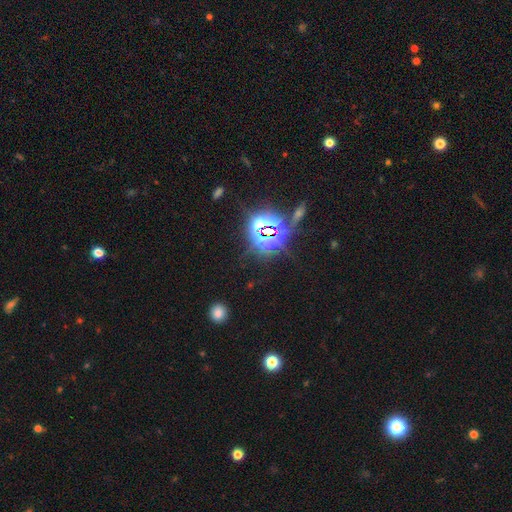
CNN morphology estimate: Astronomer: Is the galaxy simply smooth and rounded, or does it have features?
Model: star or artifact — 83%.